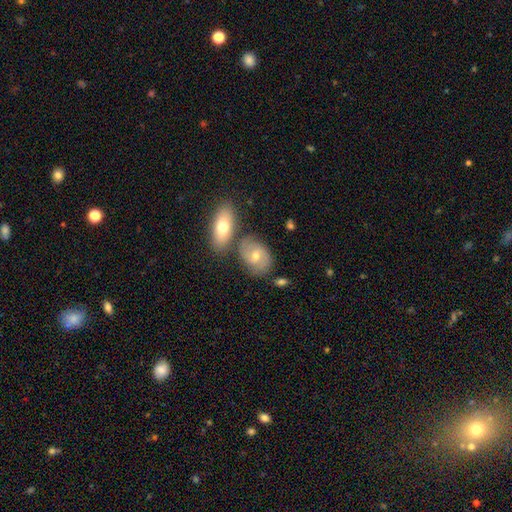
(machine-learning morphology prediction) Overall: featured or disk (50%; smooth 41%). Edge-on disk: no (93%). Merging: none (64%).